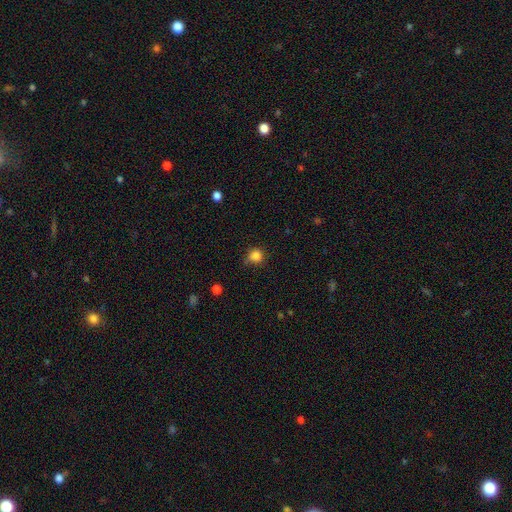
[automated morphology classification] smooth-or-featured: smooth: 83% | star or artifact: 12% | featured or disk: 5%
  how-rounded: round: 88% | in between: 11% | cigar-shaped: 1%
  merging: none: 67% | minor disturbance: 24% | major disturbance: 6% | merger: 4%